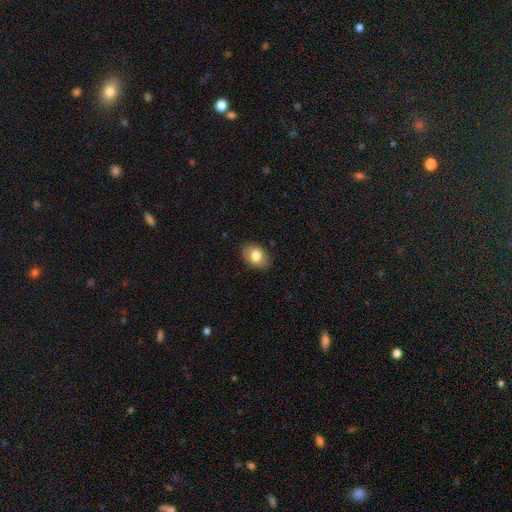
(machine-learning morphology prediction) A smooth galaxy with no disk features (79%) that is in between round and cigar-shaped (78%). Merging: none (86%).